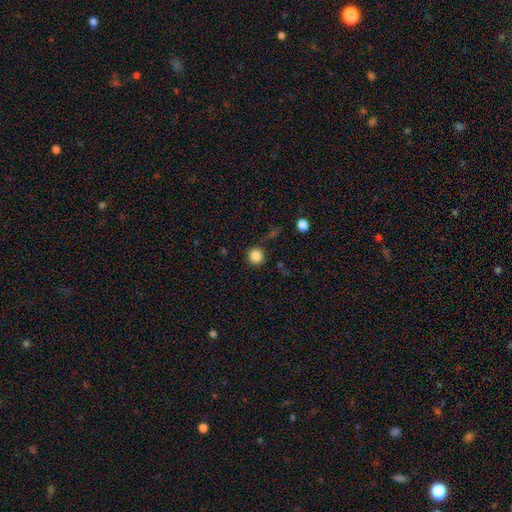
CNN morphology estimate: This is clearly a smooth galaxy (85%). How rounded: clearly round (93%). Merging: clearly none (86%).